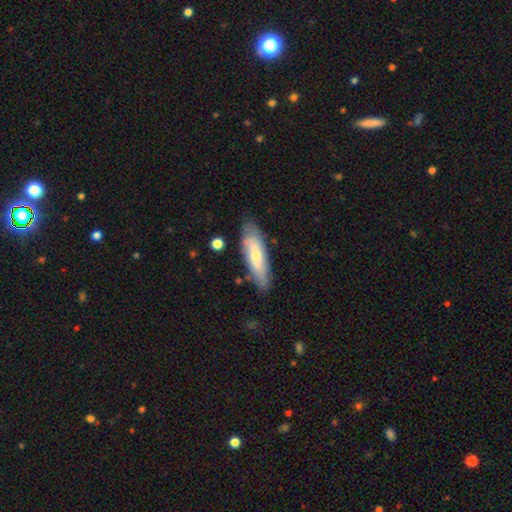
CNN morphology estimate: type=smooth (49%); merging=none (82%).